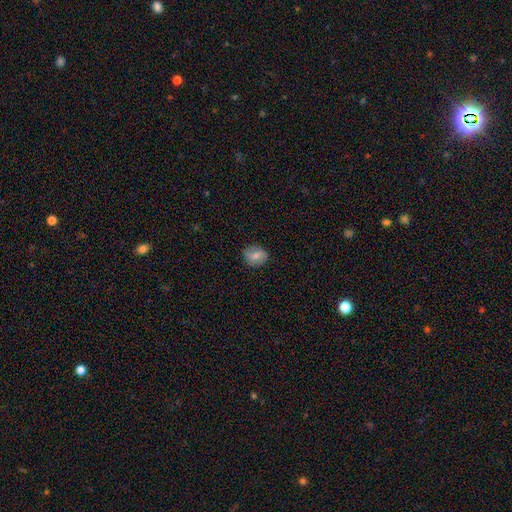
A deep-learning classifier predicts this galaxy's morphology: Smooth or featured? Predicted: smooth (p=0.65). How rounded? Predicted: round (p=0.64). Merging? Predicted: none (p=0.81).